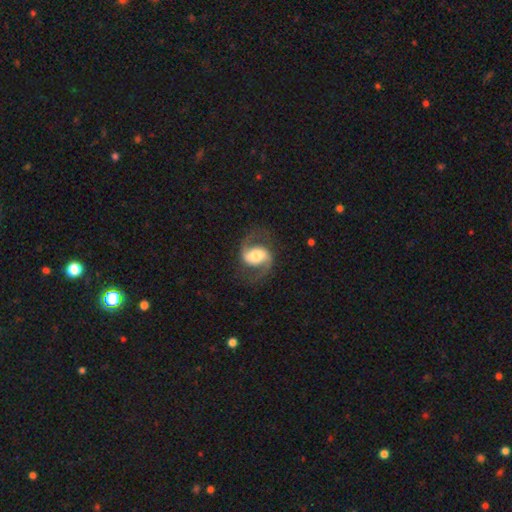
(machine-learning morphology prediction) A featured or disk galaxy (83%) with a weak bar (38%), 2 (93%) medium (49%) spiral arms (95%) and a moderate central bulge (57%).

Vote fractions:
- Smooth or featured? featured or disk: 83% / smooth: 11% / star or artifact: 5%
- Edge-on disk? no: 97% / yes: 3%
- Bar? weak: 38% / no: 36% / strong: 26%
- Spiral arms? yes: 95% / no: 5%
- Spiral winding? medium: 49% / loose: 41% / tight: 10%
- Spiral arm count? 2: 93% / 1: 2% / can't tell: 2% / 3: 1% / 4: 1% / more than 4: 1%
- Bulge size? moderate: 57% / large: 26% / small: 11% / dominant: 3% / none: 1%
- Merging? none: 76% / minor disturbance: 13% / major disturbance: 9% / merger: 1%